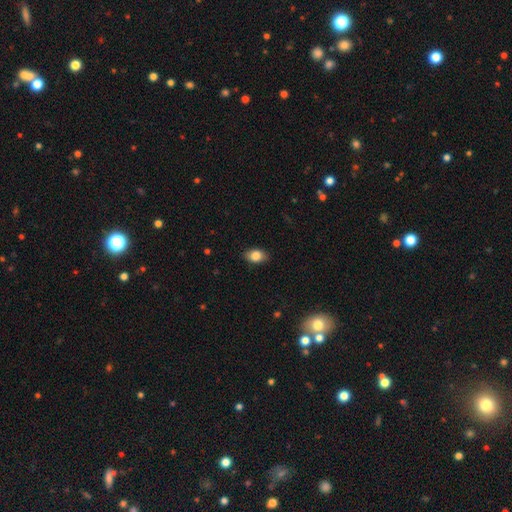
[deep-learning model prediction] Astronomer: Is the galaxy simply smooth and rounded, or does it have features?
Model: smooth — 83%.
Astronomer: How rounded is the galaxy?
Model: in between — 84%.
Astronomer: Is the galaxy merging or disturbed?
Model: none — 85%.